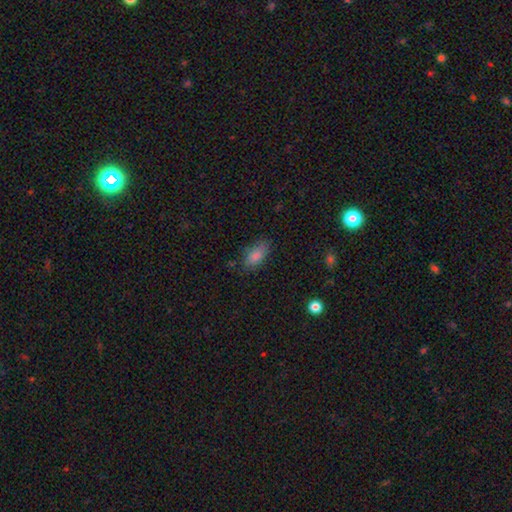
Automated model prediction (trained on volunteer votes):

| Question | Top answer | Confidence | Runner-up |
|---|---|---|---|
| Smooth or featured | smooth | 85% | star or artifact (9%) |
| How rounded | in between | 89% | cigar-shaped (8%) |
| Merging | none | 73% | minor disturbance (20%) |